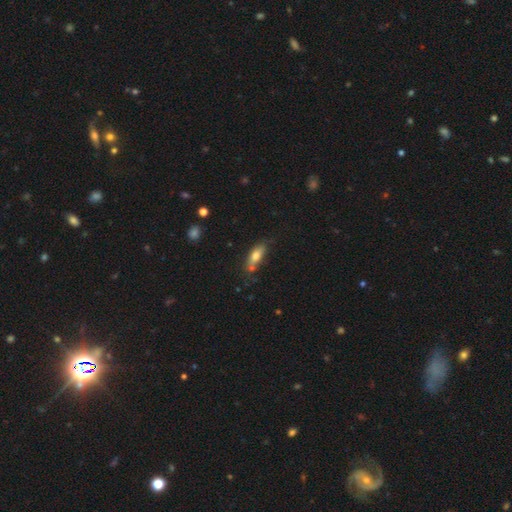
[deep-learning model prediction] Smooth or featured? smooth (72%)
How rounded? in between (68%)
Merging? none (58%)